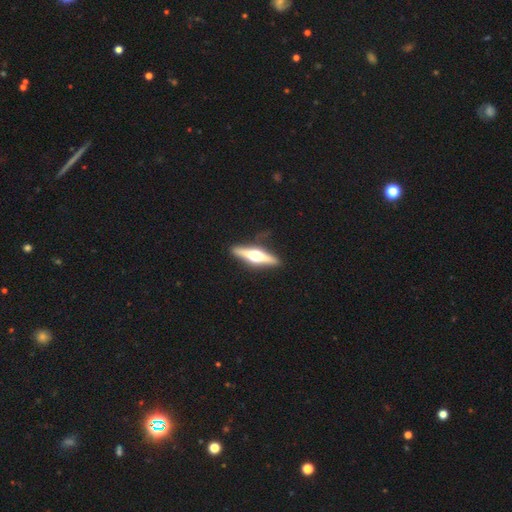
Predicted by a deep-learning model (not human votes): This appears to be a featured or disk galaxy (74%) viewed edge-on (97%) with a rounded central bulge (96%). Merging: none (88%).